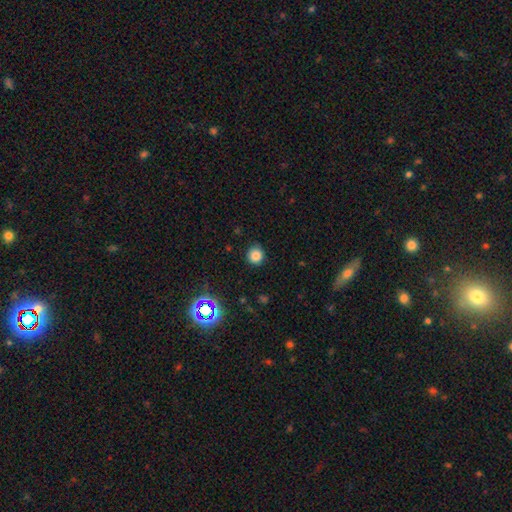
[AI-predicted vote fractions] Smooth or featured? smooth (80%)
How rounded? round (92%)
Merging? none (86%)